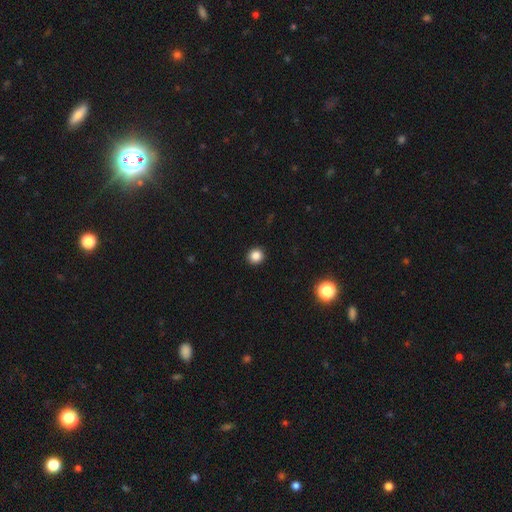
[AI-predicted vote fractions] Smooth or featured: smooth — 86% (star or artifact — 11%)
How rounded: round — 92% (in between — 7%)
Merging: none — 93% (minor disturbance — 5%)